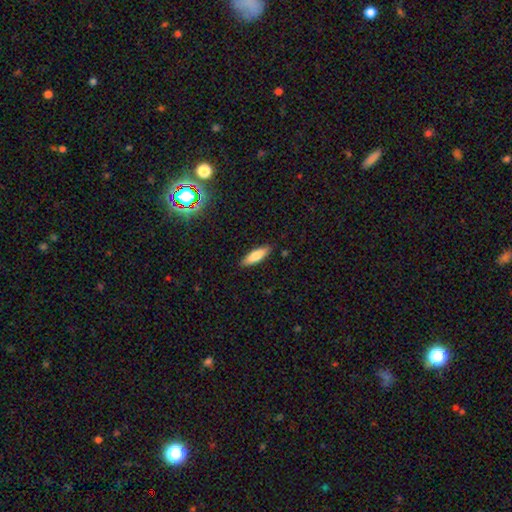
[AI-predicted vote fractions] Smooth or featured?
  - smooth: 78% *
  - featured or disk: 15%
  - star or artifact: 7%
How rounded?
  - cigar-shaped: 56% *
  - in between: 42%
  - round: 2%
Merging?
  - none: 87% *
  - minor disturbance: 9%
  - major disturbance: 2%
  - merger: 1%